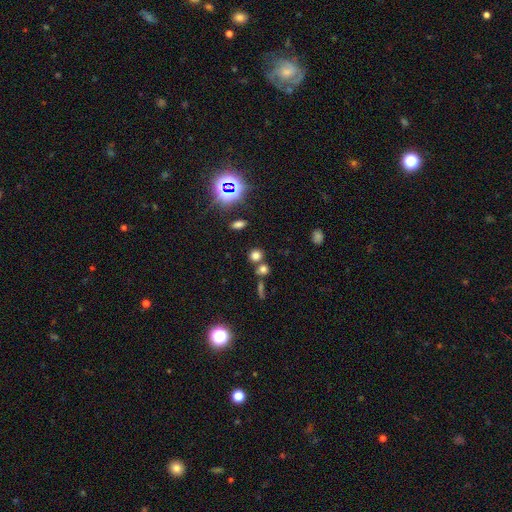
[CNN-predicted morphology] smooth 71%, star or artifact 22%, featured or disk 7%. Down the decision tree: how rounded — round (77%); merging — none (65%).